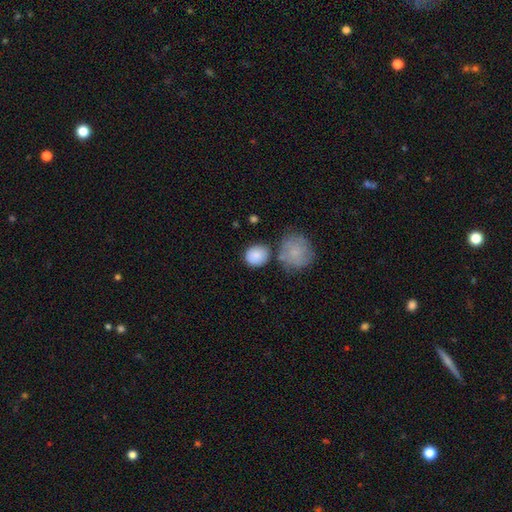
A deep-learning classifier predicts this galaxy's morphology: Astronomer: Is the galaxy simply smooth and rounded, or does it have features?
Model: smooth — 87%.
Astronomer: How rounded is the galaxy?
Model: round — 72%.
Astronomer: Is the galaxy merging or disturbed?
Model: none — 69%.